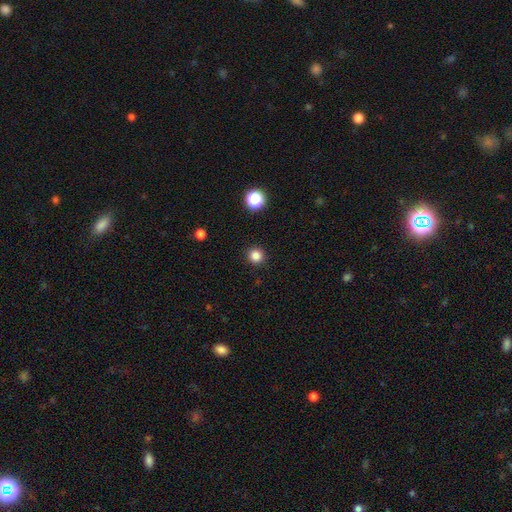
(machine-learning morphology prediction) A smooth galaxy with no disk features (84%) that is round (95%).

Vote fractions:
- Smooth or featured? smooth: 84% / star or artifact: 13% / featured or disk: 4%
- How rounded? round: 95% / in between: 4% / cigar-shaped: 1%
- Merging? none: 93% / minor disturbance: 4% / major disturbance: 2% / merger: 1%